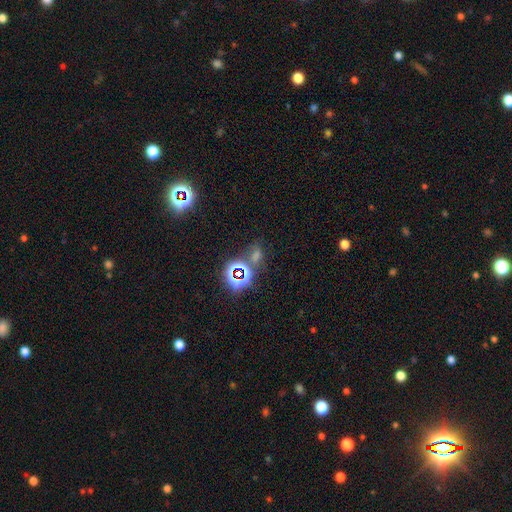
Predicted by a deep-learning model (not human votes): A star or artifact, not a galaxy (66%).